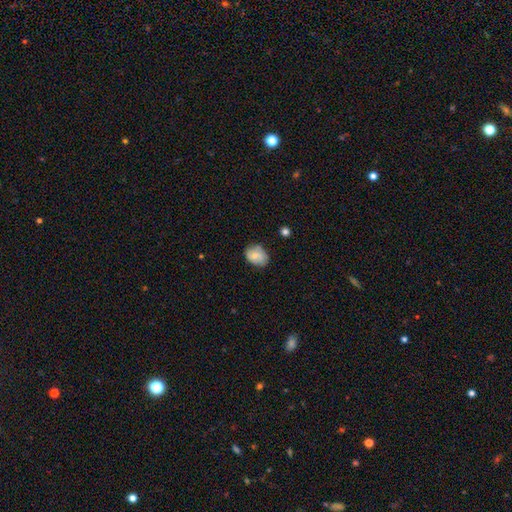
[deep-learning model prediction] smooth 70%, featured or disk 22%, star or artifact 8%. Down the decision tree: how rounded — in between (61%); merging — none (71%).